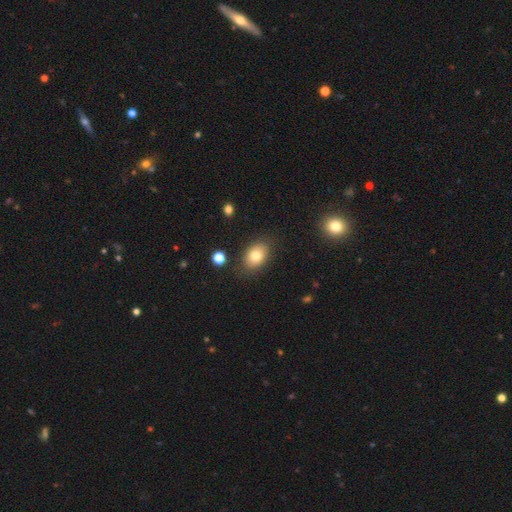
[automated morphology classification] Smooth or featured: smooth — 77% (featured or disk — 14%)
How rounded: in between — 80% (round — 19%)
Merging: none — 83% (minor disturbance — 12%)